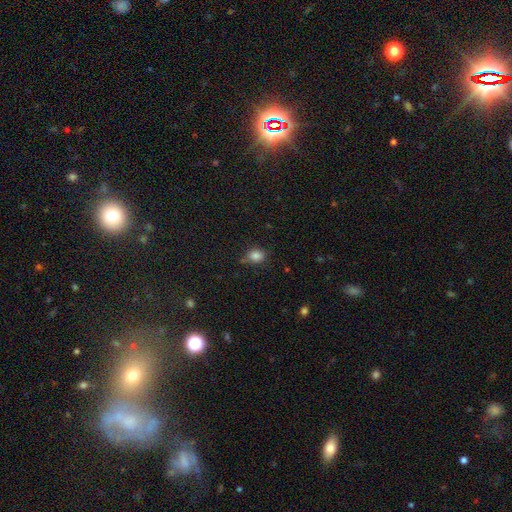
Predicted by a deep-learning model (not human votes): Smooth or featured? Predicted: smooth (p=0.84). How rounded? Predicted: in between (p=0.52). Merging? Predicted: none (p=0.70).